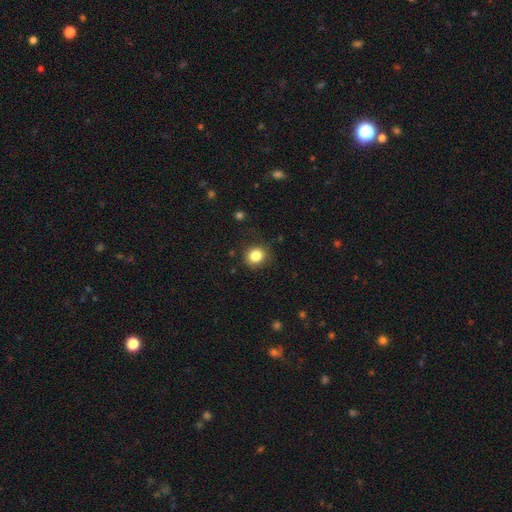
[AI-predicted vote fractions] This appears to be a smooth galaxy with no disk features (84%) that is round (80%). Merging: none (85%).